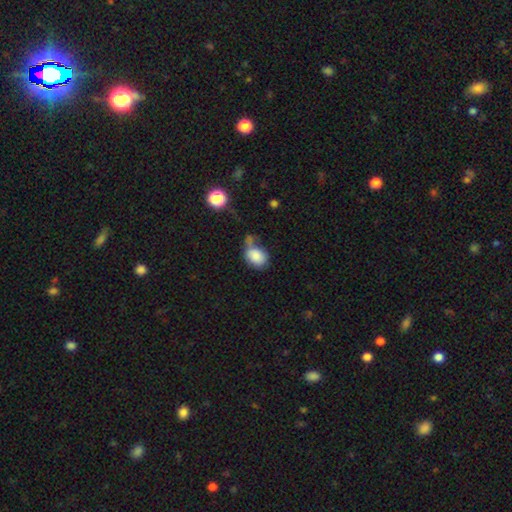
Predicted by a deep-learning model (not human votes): Smooth or featured?
  - smooth: 83% *
  - star or artifact: 9%
  - featured or disk: 8%
How rounded?
  - in between: 64% *
  - round: 35%
  - cigar-shaped: 1%
Merging?
  - none: 39% *
  - minor disturbance: 27%
  - merger: 18%
  - major disturbance: 16%